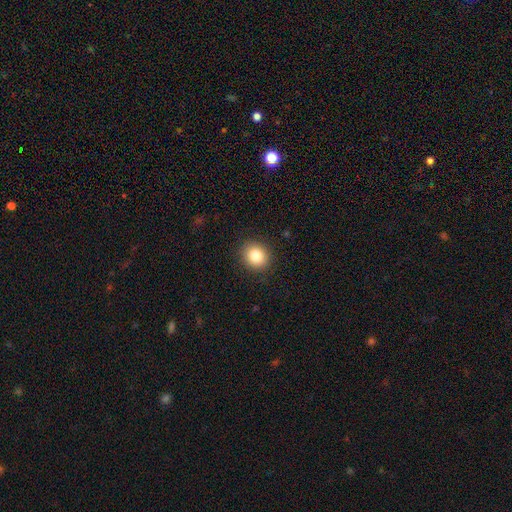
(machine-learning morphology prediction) Q: Smooth or featured?
A: smooth (84%); runner-up: star or artifact (10%)
Q: How rounded?
A: round (75%); runner-up: in between (24%)
Q: Merging?
A: none (90%); runner-up: minor disturbance (7%)